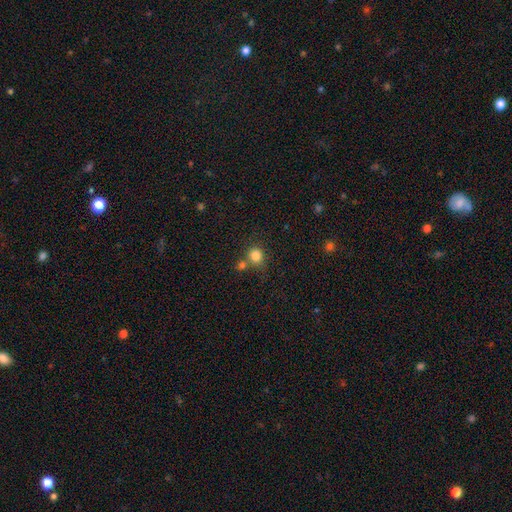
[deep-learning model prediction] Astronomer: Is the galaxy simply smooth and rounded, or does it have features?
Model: smooth — 82%.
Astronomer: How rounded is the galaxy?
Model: round — 80%.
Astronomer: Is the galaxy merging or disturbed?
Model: none — 60%.